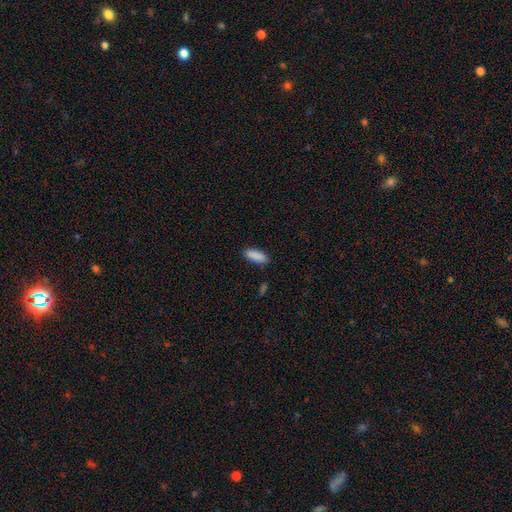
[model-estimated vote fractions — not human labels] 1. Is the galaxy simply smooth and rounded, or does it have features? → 90% smooth, 7% star or artifact, 4% featured or disk.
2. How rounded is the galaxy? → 72% in between, 27% cigar-shaped, 2% round.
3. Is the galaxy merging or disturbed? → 87% none, 9% minor disturbance, 2% major disturbance, 2% merger.